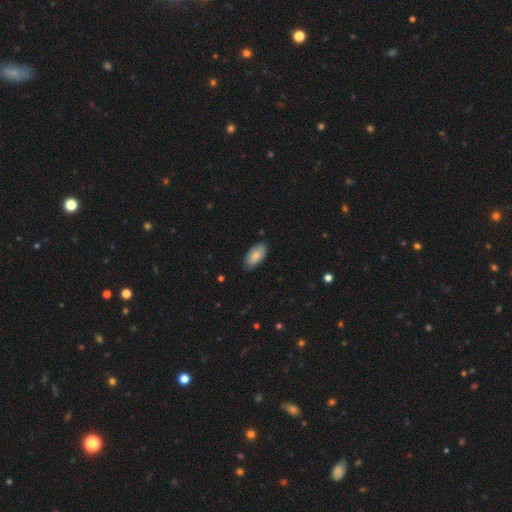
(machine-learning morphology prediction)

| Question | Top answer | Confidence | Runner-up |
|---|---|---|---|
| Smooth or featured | smooth | 82% | featured or disk (12%) |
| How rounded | in between | 94% | cigar-shaped (4%) |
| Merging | none | 85% | minor disturbance (12%) |